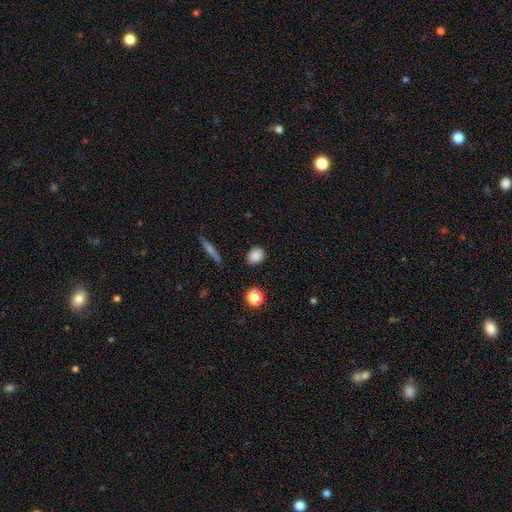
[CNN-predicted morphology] A smooth galaxy with no disk features (86%) that is round (59%). Merging: none (87%).